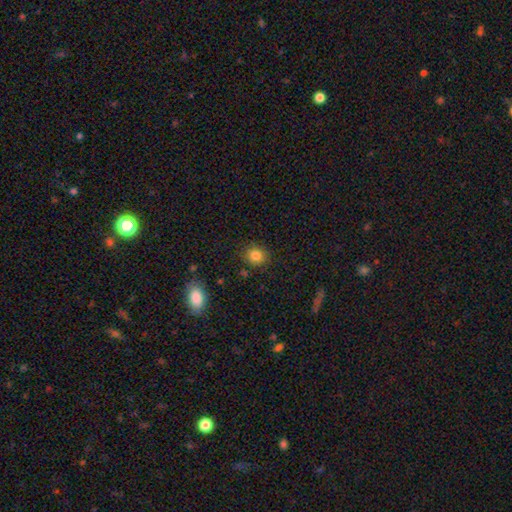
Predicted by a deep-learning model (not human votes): This is clearly a smooth galaxy (84%). How rounded: likely round (78%). Merging: clearly none (84%).